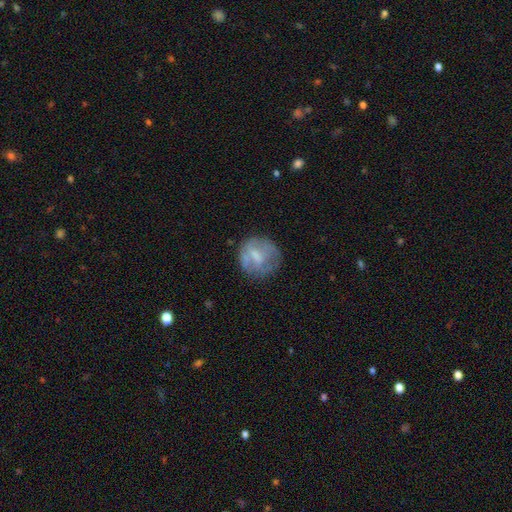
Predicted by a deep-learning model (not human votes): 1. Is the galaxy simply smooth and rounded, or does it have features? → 51% smooth, 40% featured or disk, 9% star or artifact.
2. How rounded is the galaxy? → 85% round, 14% in between, 1% cigar-shaped.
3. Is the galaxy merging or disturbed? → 62% none, 22% minor disturbance, 14% major disturbance, 3% merger.